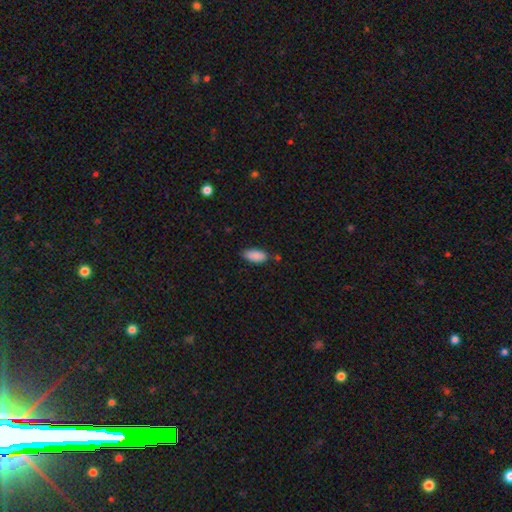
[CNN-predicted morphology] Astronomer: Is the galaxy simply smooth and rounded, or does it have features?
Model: smooth — 89%.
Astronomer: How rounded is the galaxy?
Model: in between — 85%.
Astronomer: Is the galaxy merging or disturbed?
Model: none — 75%.